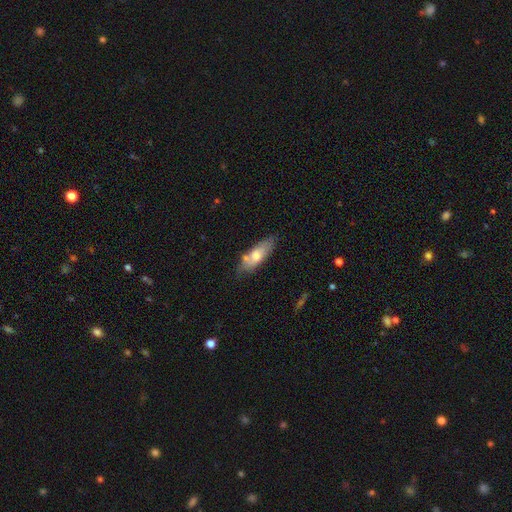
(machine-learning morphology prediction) Smooth or featured?
  - smooth: 65% *
  - featured or disk: 29%
  - star or artifact: 6%
How rounded?
  - in between: 65% *
  - cigar-shaped: 33%
  - round: 2%
Merging?
  - none: 63% *
  - minor disturbance: 22%
  - merger: 10%
  - major disturbance: 5%